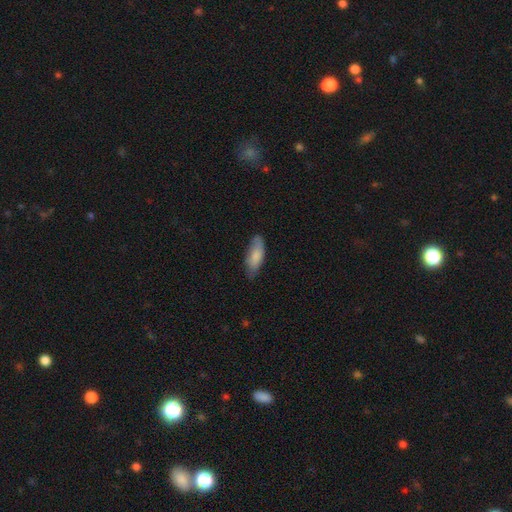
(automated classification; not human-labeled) Overall: smooth (81%). How rounded: in between (70%). Merging: none (69%).